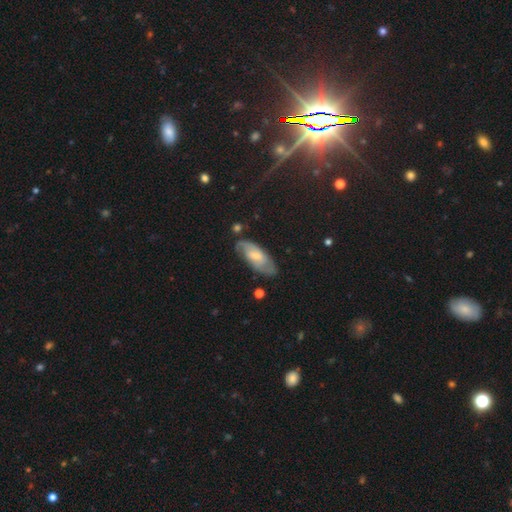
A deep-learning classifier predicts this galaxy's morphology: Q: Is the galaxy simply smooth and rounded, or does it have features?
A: featured or disk — 54%.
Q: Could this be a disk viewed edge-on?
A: no — 87%.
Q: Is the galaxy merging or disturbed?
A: none — 71%.